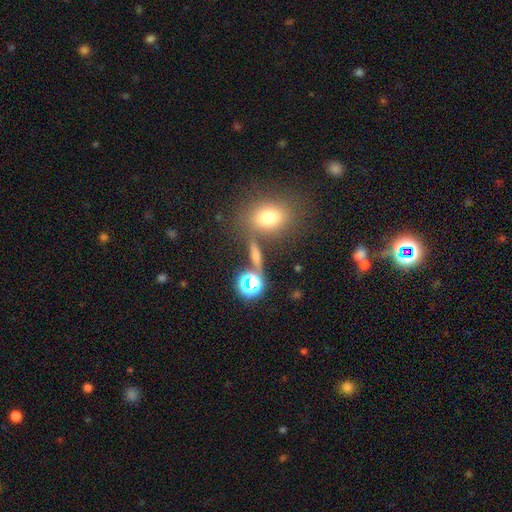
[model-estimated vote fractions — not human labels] This appears to be a smooth galaxy with no disk features (47%). Merging: none (69%).